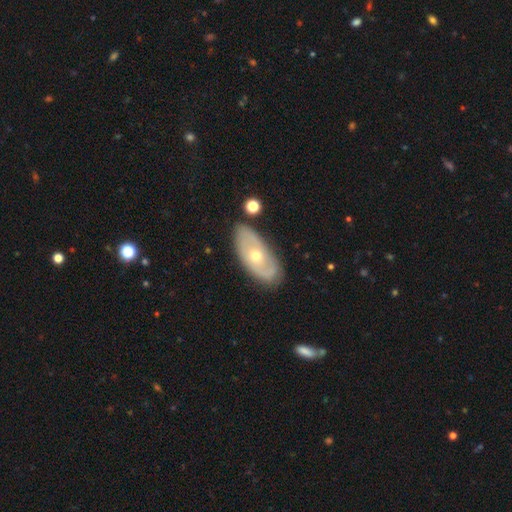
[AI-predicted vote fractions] Morphology: type=featured or disk (62%); edge-on=no (87%); bar=no (82%); spiral arms=yes (52%); bulge=moderate (58%); merging=none (76%).